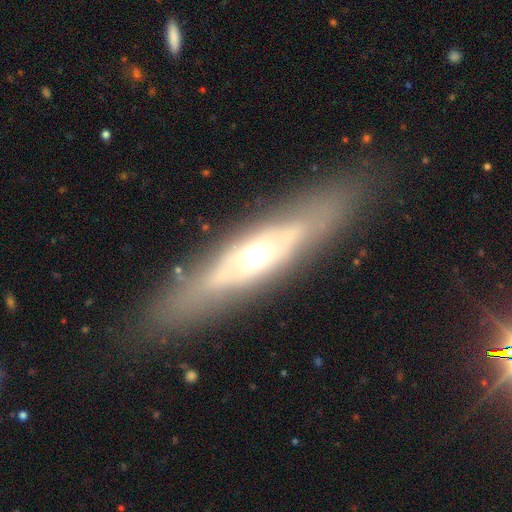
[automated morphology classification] This is likely a featured or disk galaxy (61%). It is likely viewed edge-on (60%). Merging: clearly none (82%).